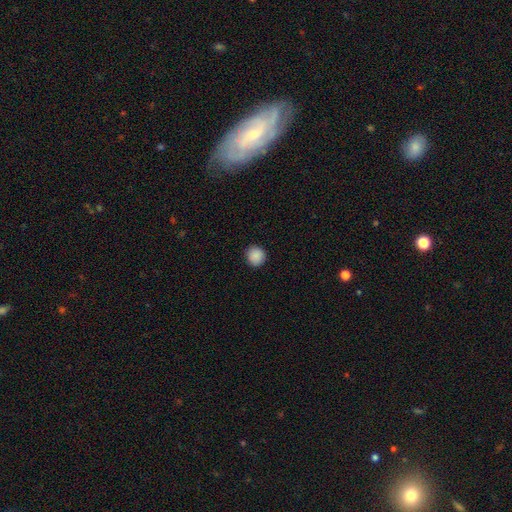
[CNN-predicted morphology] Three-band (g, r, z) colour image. It shows a smooth galaxy with no disk features (89%) that is round (92%). Merging: none (91%).